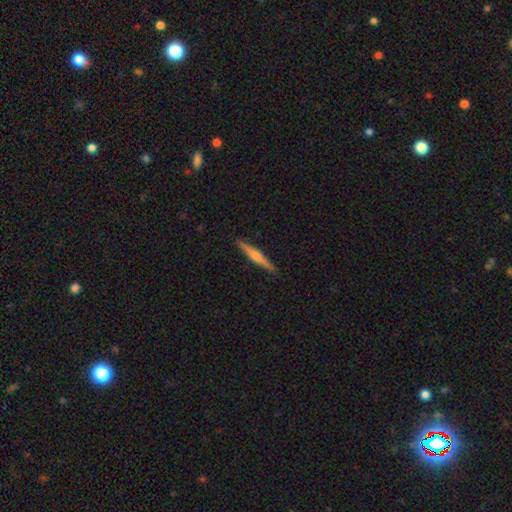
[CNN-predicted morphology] Smooth or featured? featured or disk (60%)
Edge-on disk? yes (98%)
Edge-on bulge? rounded (78%)
Merging? none (91%)